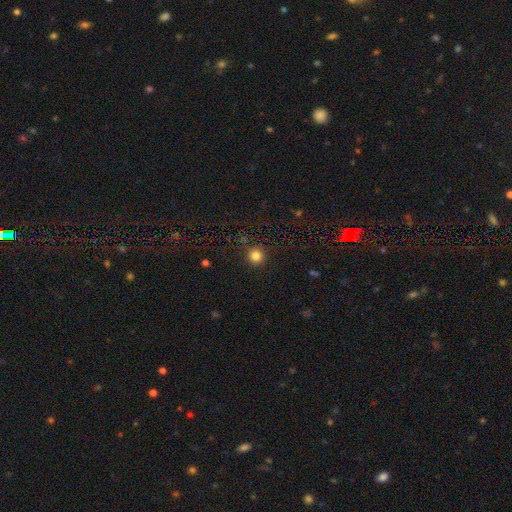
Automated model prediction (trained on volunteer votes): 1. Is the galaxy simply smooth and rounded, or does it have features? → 83% smooth, 12% star or artifact, 4% featured or disk.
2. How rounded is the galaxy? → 94% round, 5% in between, 1% cigar-shaped.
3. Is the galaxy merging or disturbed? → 91% none, 6% minor disturbance, 2% major disturbance, 1% merger.